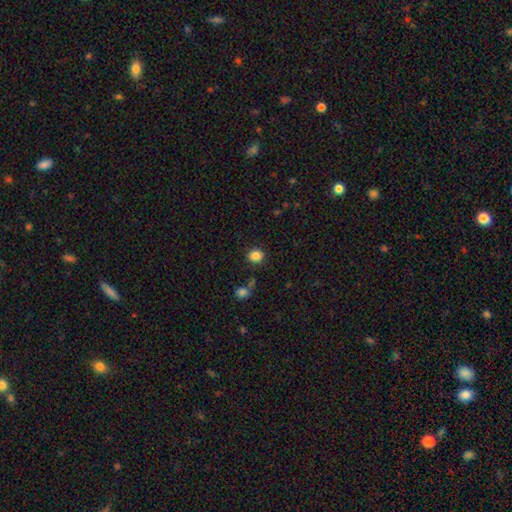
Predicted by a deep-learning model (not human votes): The model was most divided on "how rounded": round: 79%, in between: 20%, cigar-shaped: 1%. More confident: merging — none (85%); smooth or featured — smooth (85%).